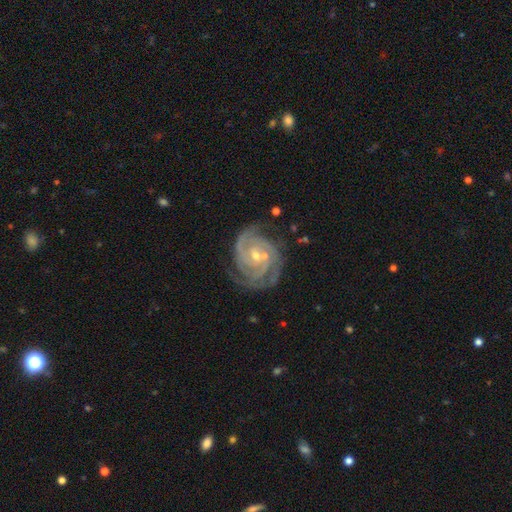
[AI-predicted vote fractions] featured or disk 90%, star or artifact 6%, smooth 4%. Down the decision tree: edge-on disk — no (98%); bar — no (54%); spiral arms — yes (98%); spiral arm count — 3 (39%); spiral winding — tight (71%); bulge size — small (62%); merging — none (66%).